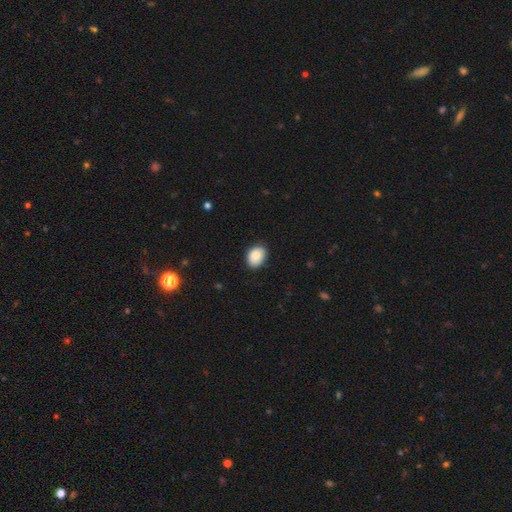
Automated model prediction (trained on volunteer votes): A smooth galaxy with no disk features (87%) that is in between round and cigar-shaped (73%).

Vote fractions:
- Smooth or featured? smooth: 87% / star or artifact: 7% / featured or disk: 6%
- How rounded? in between: 73% / round: 26% / cigar-shaped: 1%
- Merging? none: 84% / minor disturbance: 13% / major disturbance: 2% / merger: 1%